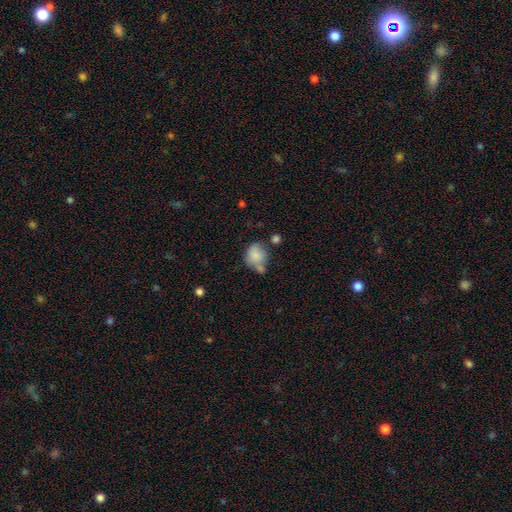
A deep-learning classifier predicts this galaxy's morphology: A smooth galaxy with no disk features (81%) that is round (64%). Merging: none (48%).